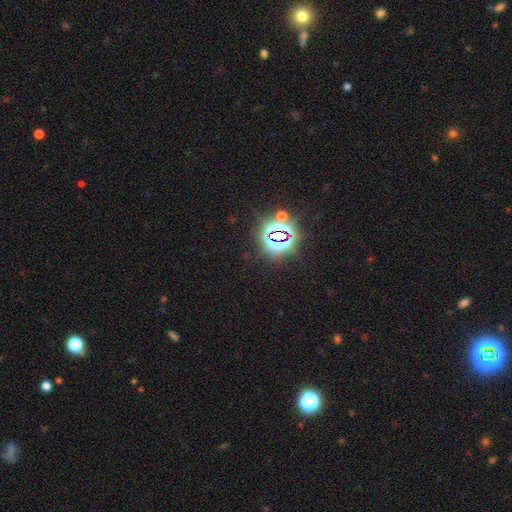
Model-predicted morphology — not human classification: smooth-or-featured: star or artifact: 81% | smooth: 12% | featured or disk: 6%